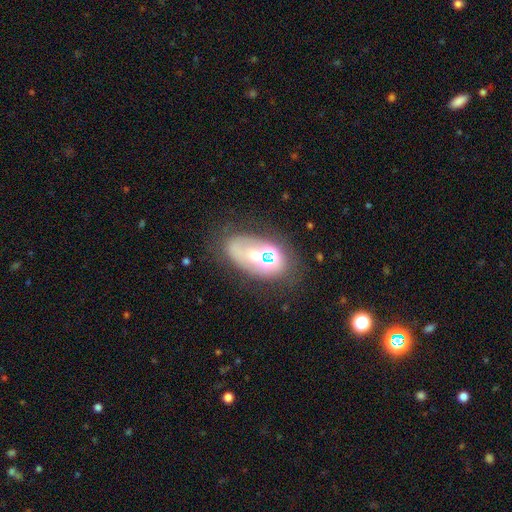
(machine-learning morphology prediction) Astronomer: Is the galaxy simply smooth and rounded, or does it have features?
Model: featured or disk — 53% (runner-up: smooth, 32%).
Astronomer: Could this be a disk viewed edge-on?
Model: no — 93%.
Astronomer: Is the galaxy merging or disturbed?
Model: none — 43% (runner-up: merger, 23%).